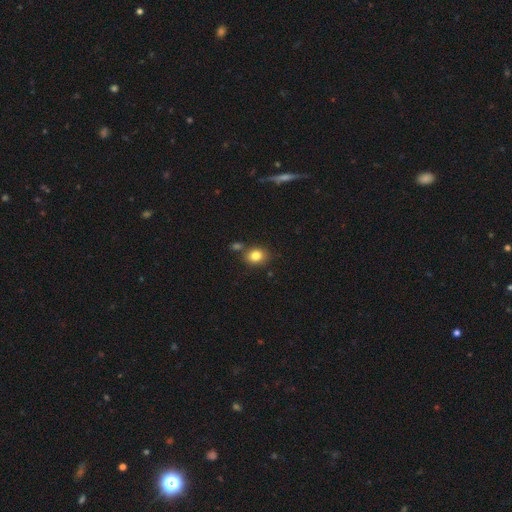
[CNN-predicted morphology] Smooth or featured? smooth (82%)
How rounded? round (56%)
Merging? none (72%)